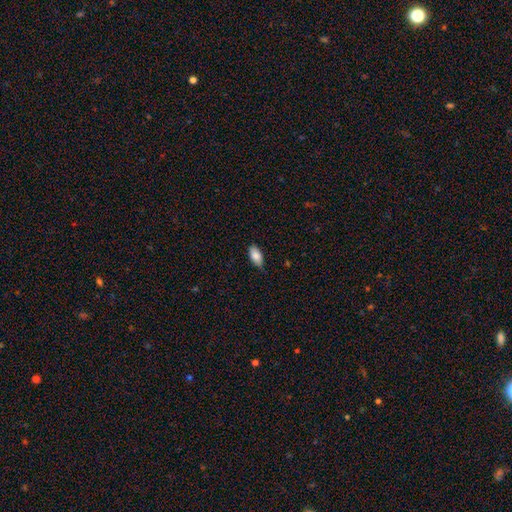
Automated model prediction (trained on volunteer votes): Smooth or featured?
  - smooth: 85% *
  - featured or disk: 9%
  - star or artifact: 7%
How rounded?
  - in between: 91% *
  - cigar-shaped: 6%
  - round: 2%
Merging?
  - none: 78% *
  - minor disturbance: 18%
  - major disturbance: 2%
  - merger: 1%